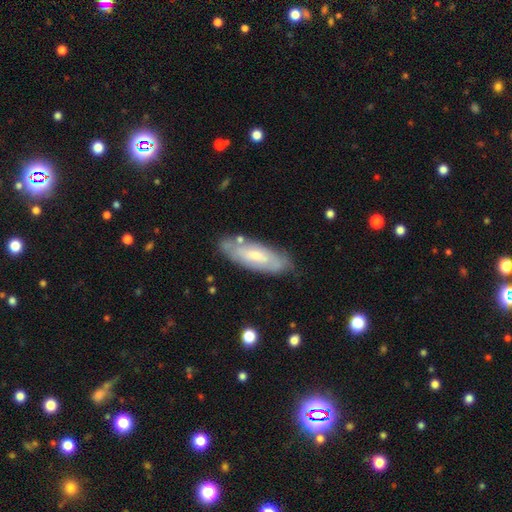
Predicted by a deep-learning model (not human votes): Smooth or featured? featured or disk (49%)
Merging? none (75%)